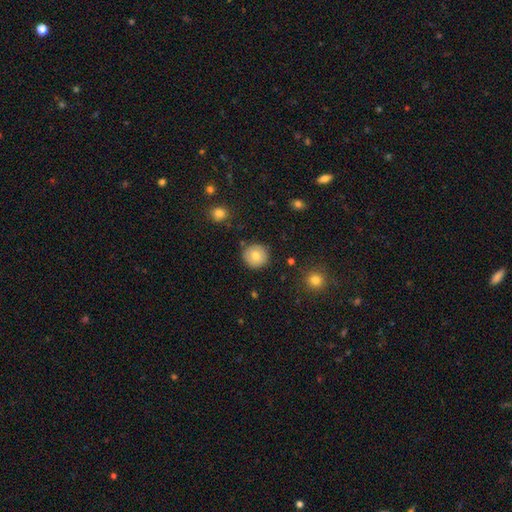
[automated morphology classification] smooth_or_featured: smooth (p=0.77) [alt: featured or disk p=0.15]
how_rounded: round (p=0.94) [alt: in between p=0.05]
merging: none (p=0.87) [alt: minor disturbance p=0.09]